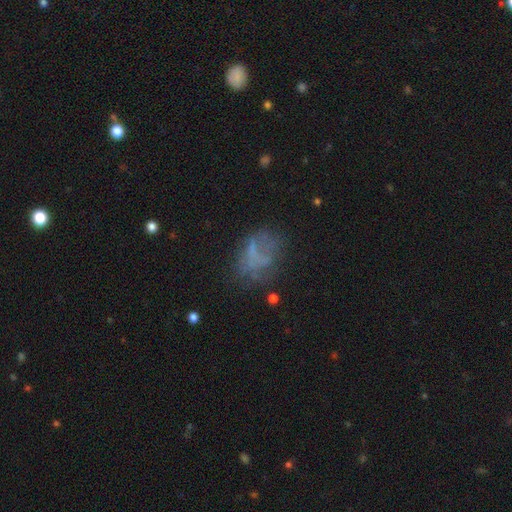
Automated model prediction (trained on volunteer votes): This appears to be a smooth galaxy with no disk features (41%). Merging: none (43%).